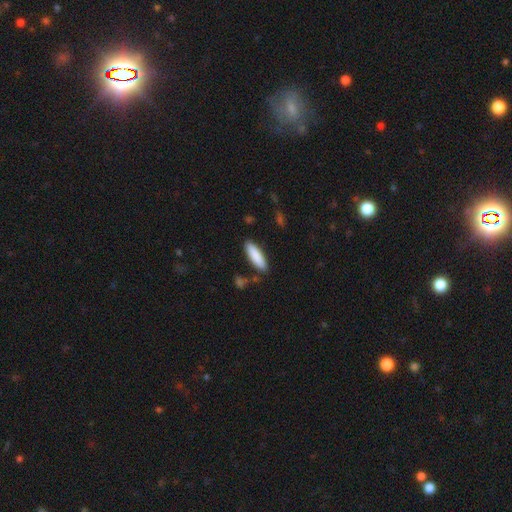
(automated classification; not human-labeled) smooth 88%, featured or disk 7%, star or artifact 5%. Down the decision tree: how rounded — cigar-shaped (55%); merging — none (86%).